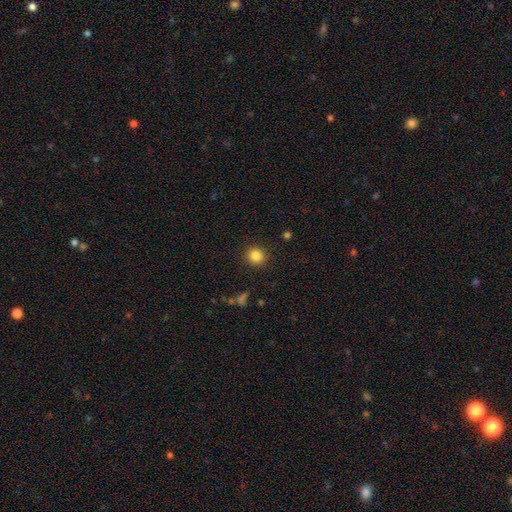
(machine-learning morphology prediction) The model was most divided on "smooth or featured": smooth: 84%, star or artifact: 11%, featured or disk: 5%. More confident: merging — none (90%); how rounded — round (88%).